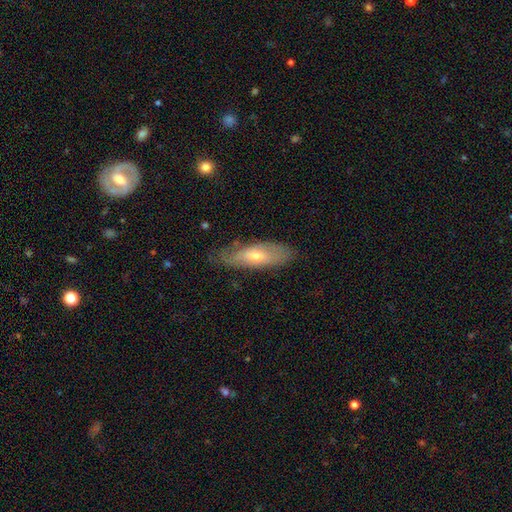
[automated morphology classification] smooth 53%, featured or disk 41%, star or artifact 7%. Down the decision tree: how rounded — in between (55%); merging — none (70%).